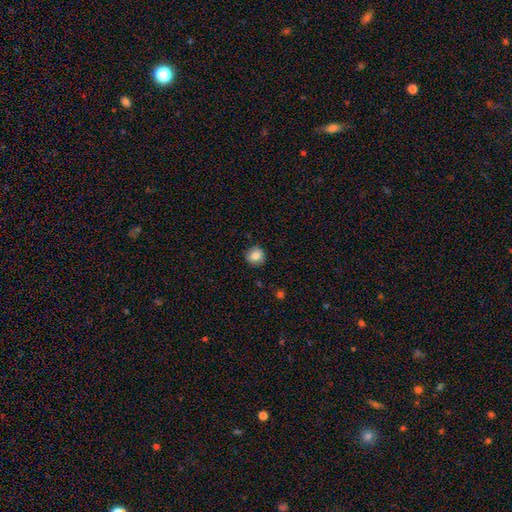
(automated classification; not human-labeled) This appears to be a smooth galaxy with no disk features (85%) that is round (91%). Merging: none (88%).